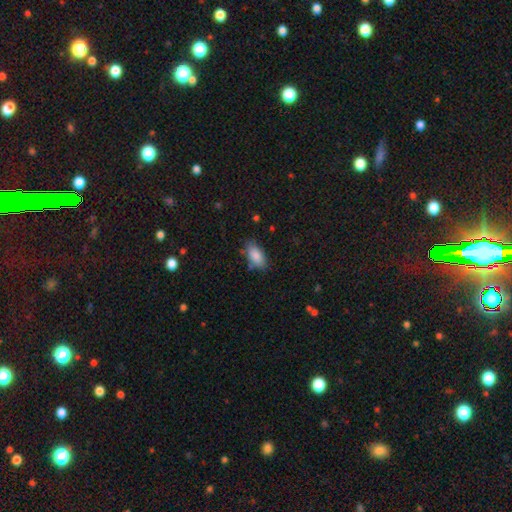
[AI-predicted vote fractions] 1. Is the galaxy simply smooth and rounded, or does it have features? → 88% smooth, 7% star or artifact, 5% featured or disk.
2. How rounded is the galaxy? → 92% in between, 5% cigar-shaped, 3% round.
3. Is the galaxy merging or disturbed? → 77% none, 17% minor disturbance, 4% major disturbance, 2% merger.